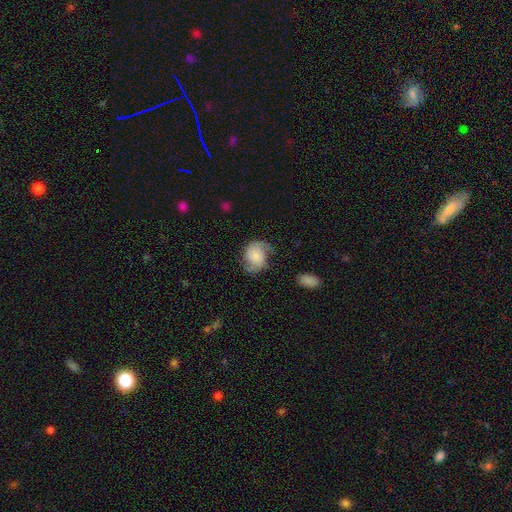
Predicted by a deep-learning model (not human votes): The model was most divided on "bulge size": small: 33%, none: 26%, moderate: 21%, large: 14%, dominant: 7%. Remaining: edge-on disk — no (98%); spiral arms — yes (93%); spiral arm count — 2 (87%); bar — no (74%); smooth or featured — featured or disk (65%); merging — none (62%); spiral winding — medium (45%).